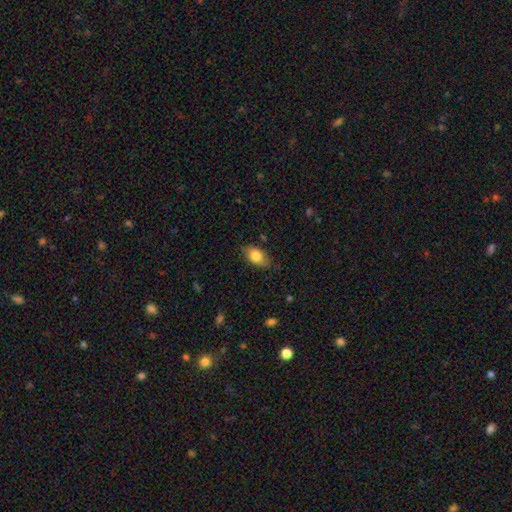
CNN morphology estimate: A smooth galaxy with no disk features (79%) that is in between round and cigar-shaped (90%). Merging: none (76%).